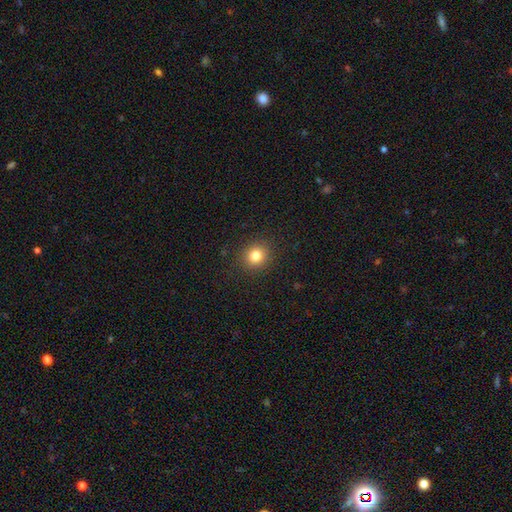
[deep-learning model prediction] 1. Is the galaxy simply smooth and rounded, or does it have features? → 81% smooth, 13% star or artifact, 7% featured or disk.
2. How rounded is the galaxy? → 85% round, 14% in between, 1% cigar-shaped.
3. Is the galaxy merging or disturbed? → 90% none, 7% minor disturbance, 2% major disturbance, 1% merger.